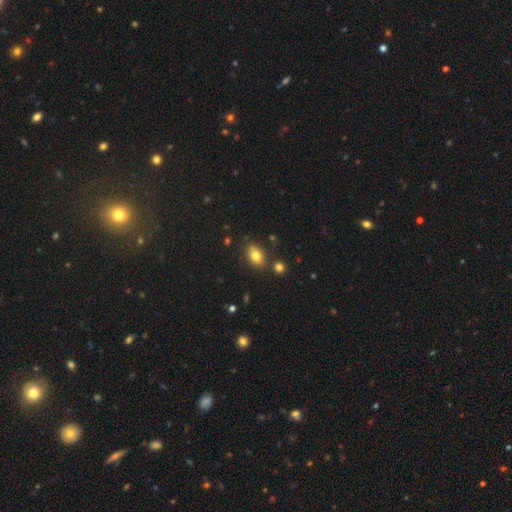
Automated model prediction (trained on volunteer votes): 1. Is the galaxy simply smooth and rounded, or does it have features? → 81% smooth, 10% star or artifact, 10% featured or disk.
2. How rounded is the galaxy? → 83% in between, 15% round, 2% cigar-shaped.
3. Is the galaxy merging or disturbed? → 77% none, 13% minor disturbance, 6% merger, 3% major disturbance.